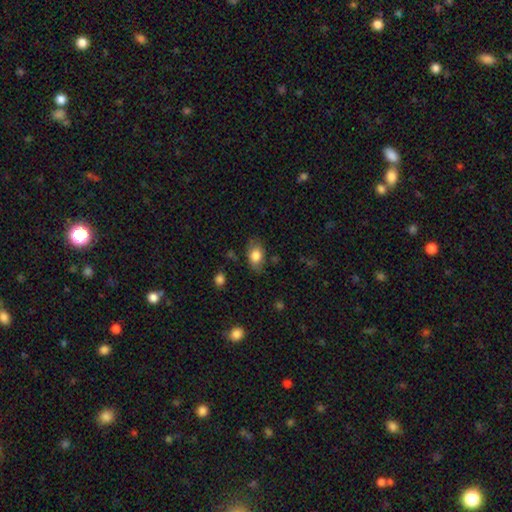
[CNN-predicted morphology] A smooth galaxy with no disk features (81%) that is in between round and cigar-shaped (85%).

Vote fractions:
- Smooth or featured? smooth: 81% / featured or disk: 11% / star or artifact: 7%
- How rounded? in between: 85% / round: 13% / cigar-shaped: 2%
- Merging? none: 76% / minor disturbance: 18% / major disturbance: 4% / merger: 2%